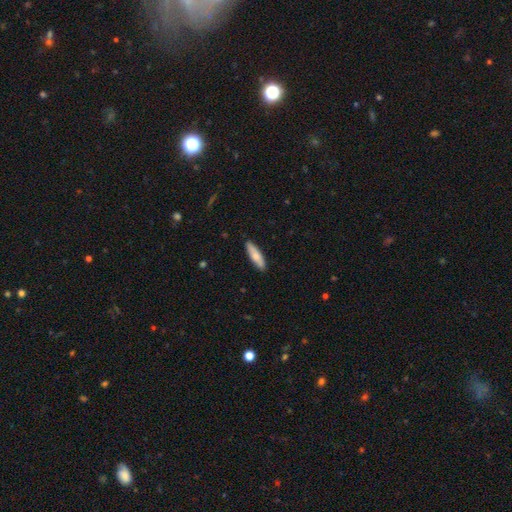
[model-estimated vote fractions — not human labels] This appears to be a smooth galaxy with no disk features (75%) that is cigar-shaped (69%). Merging: none (90%).